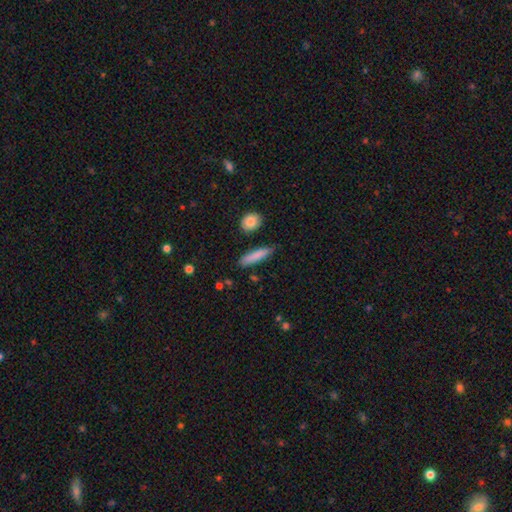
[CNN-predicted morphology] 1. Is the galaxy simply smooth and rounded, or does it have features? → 83% smooth, 10% featured or disk, 6% star or artifact.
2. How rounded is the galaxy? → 79% cigar-shaped, 19% in between, 2% round.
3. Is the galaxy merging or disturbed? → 84% none, 11% minor disturbance, 2% merger, 2% major disturbance.